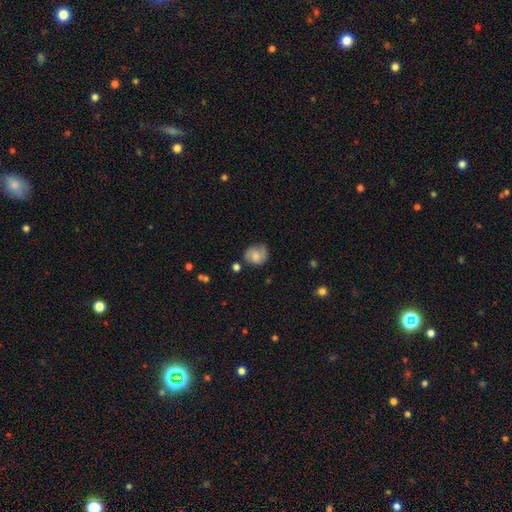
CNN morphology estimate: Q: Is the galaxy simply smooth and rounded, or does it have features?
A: smooth — 61%.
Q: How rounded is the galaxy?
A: round — 72%.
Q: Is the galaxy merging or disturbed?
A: none — 60%.